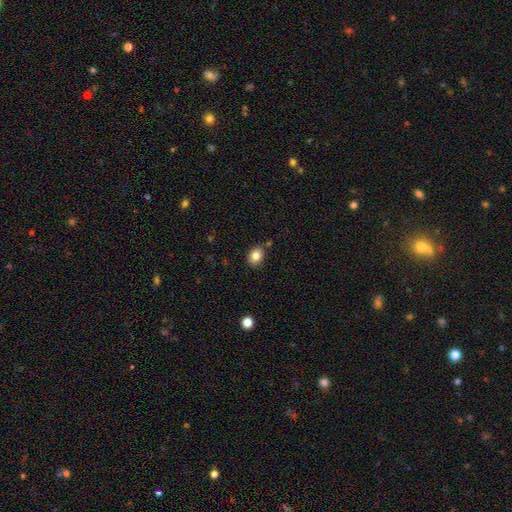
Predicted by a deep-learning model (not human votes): smooth-or-featured: smooth: 84% | star or artifact: 10% | featured or disk: 6%
  how-rounded: in between: 53% | round: 46% | cigar-shaped: 1%
  merging: none: 83% | minor disturbance: 11% | merger: 3% | major disturbance: 2%